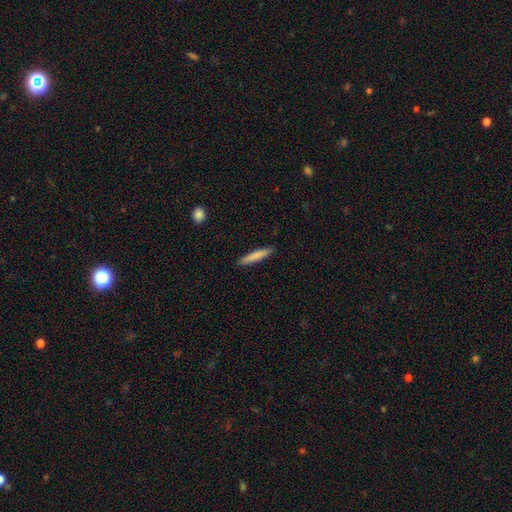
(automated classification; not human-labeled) Smooth or featured?
  - smooth: 81% *
  - featured or disk: 13%
  - star or artifact: 6%
How rounded?
  - cigar-shaped: 91% *
  - in between: 7%
  - round: 1%
Merging?
  - none: 90% *
  - minor disturbance: 7%
  - major disturbance: 2%
  - merger: 1%